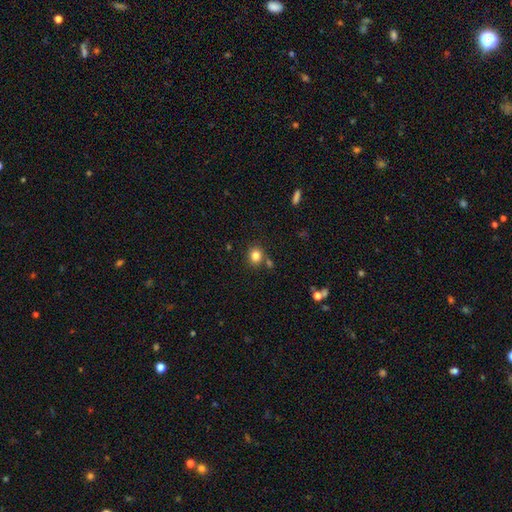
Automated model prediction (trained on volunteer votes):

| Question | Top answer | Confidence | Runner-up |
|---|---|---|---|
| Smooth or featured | smooth | 83% | star or artifact (11%) |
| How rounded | round | 74% | in between (25%) |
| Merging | none | 77% | merger (10%) |